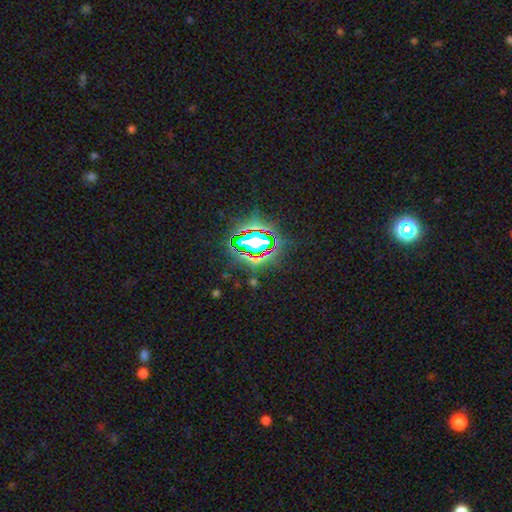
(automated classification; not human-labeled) This appears to be a star or artifact, not a galaxy (76%).